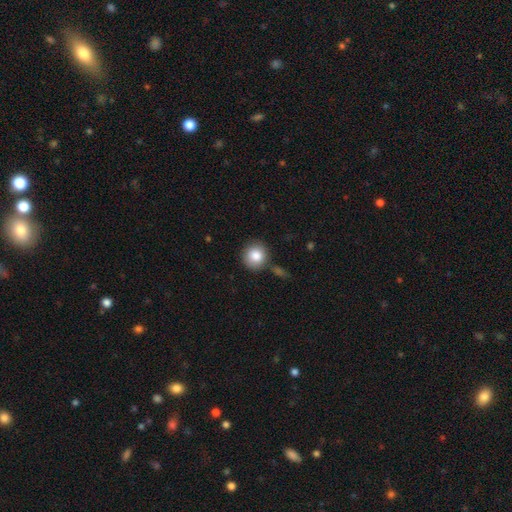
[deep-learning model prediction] smooth 84%, star or artifact 8%, featured or disk 7%. Down the decision tree: how rounded — round (90%); merging — none (78%).